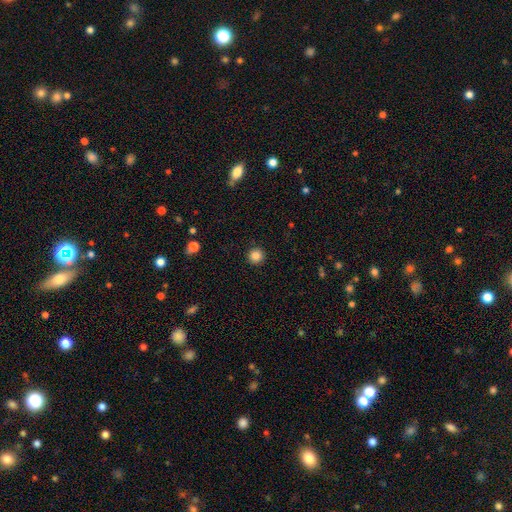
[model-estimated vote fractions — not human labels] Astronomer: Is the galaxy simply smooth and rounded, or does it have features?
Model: smooth — 85%.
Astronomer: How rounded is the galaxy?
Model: round — 95%.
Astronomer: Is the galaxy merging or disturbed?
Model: none — 92%.